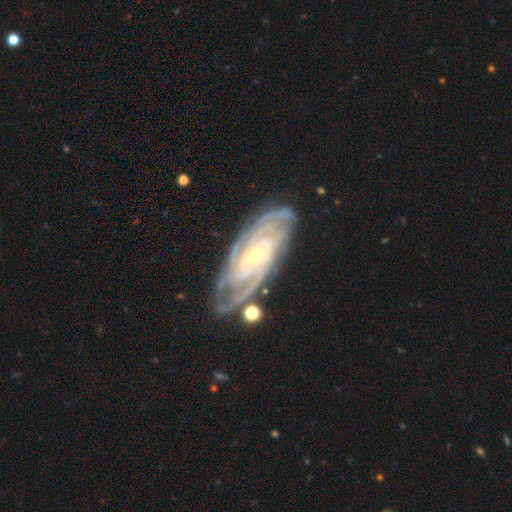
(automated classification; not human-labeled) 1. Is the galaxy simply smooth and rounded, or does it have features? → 90% featured or disk, 5% star or artifact, 5% smooth.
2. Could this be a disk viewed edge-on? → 93% no, 7% yes.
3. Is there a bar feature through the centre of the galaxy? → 41% weak, 37% no, 22% strong.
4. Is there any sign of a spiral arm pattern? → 98% yes, 2% no.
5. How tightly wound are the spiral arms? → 76% tight, 21% medium, 3% loose.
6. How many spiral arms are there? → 27% 4, 25% 3, 21% can't tell, 14% 2, 8% more than 4, 5% 1.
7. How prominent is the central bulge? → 60% small, 37% moderate, 2% large, 1% none, 1% dominant.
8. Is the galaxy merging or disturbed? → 76% none, 17% minor disturbance, 5% major disturbance, 3% merger.